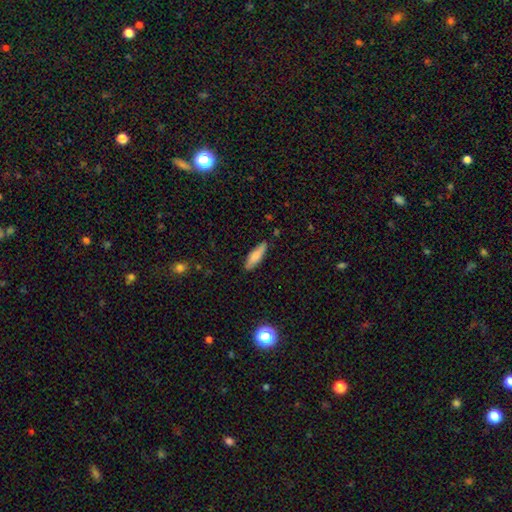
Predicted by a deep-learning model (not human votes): The model was most divided on "how rounded": cigar-shaped: 56%, in between: 43%, round: 2%. More confident: merging — none (81%); smooth or featured — smooth (79%).